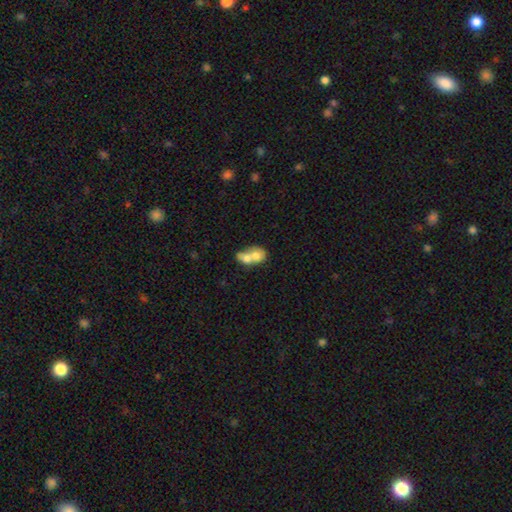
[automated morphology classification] Smooth or featured: smooth — 65% (featured or disk — 27%)
How rounded: in between — 52% (round — 46%)
Merging: merger — 78% (none — 13%)